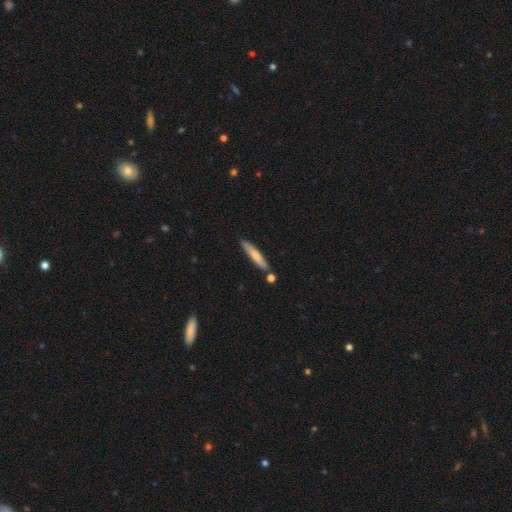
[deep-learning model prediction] Smooth or featured?
  - smooth: 67% *
  - featured or disk: 27%
  - star or artifact: 5%
How rounded?
  - cigar-shaped: 91% *
  - in between: 8%
  - round: 1%
Merging?
  - none: 77% *
  - minor disturbance: 13%
  - merger: 8%
  - major disturbance: 2%